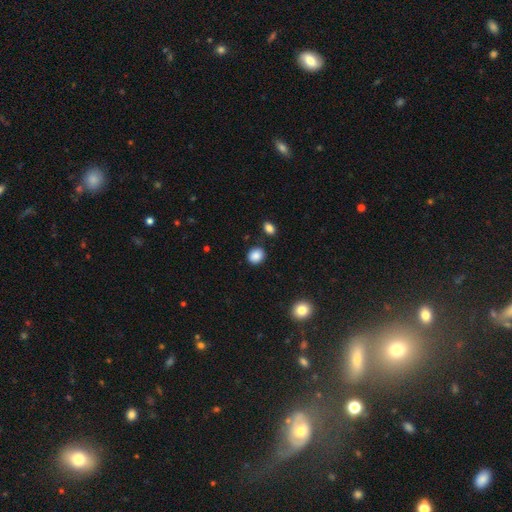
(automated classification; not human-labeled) smooth 88%, star or artifact 9%, featured or disk 3%. Down the decision tree: how rounded — round (66%); merging — none (86%).